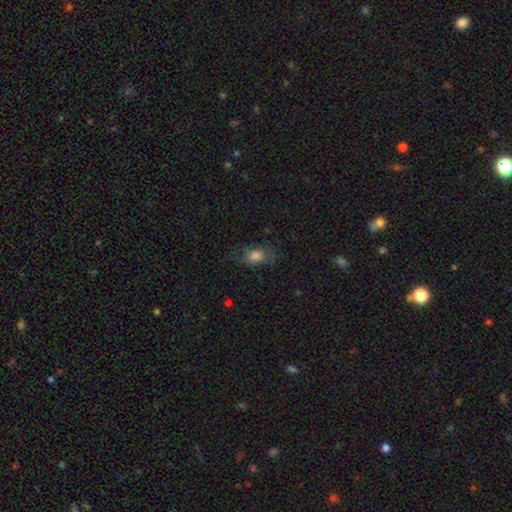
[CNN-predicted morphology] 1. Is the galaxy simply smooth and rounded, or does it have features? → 74% smooth, 16% featured or disk, 10% star or artifact.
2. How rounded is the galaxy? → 76% in between, 21% round, 2% cigar-shaped.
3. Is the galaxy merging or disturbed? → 55% none, 24% minor disturbance, 19% major disturbance, 2% merger.